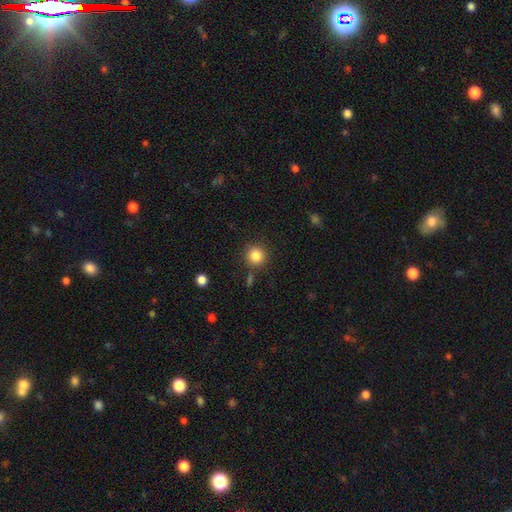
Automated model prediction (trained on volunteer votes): Smooth or featured? smooth (85%)
How rounded? round (93%)
Merging? none (84%)